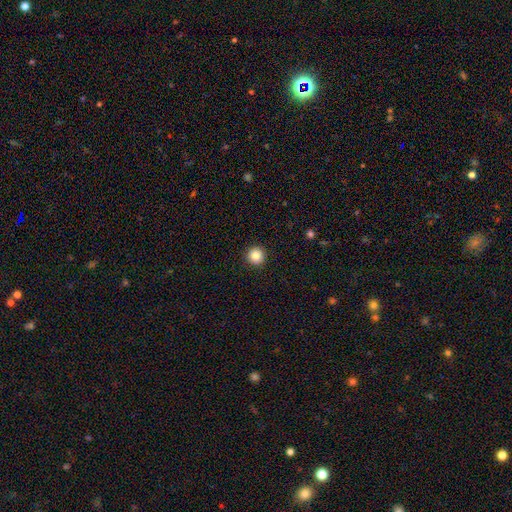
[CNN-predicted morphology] Smooth or featured: smooth — 87% (star or artifact — 10%)
How rounded: round — 95% (in between — 4%)
Merging: none — 93% (minor disturbance — 4%)